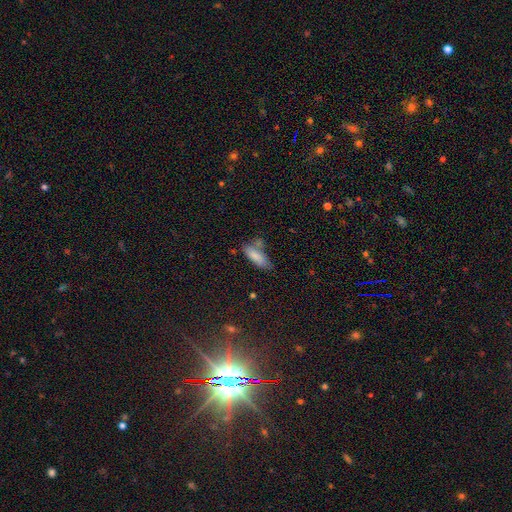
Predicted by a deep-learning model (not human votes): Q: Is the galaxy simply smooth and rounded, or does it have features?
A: smooth — 83%.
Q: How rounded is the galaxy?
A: in between — 62%.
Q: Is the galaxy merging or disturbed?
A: none — 54%.